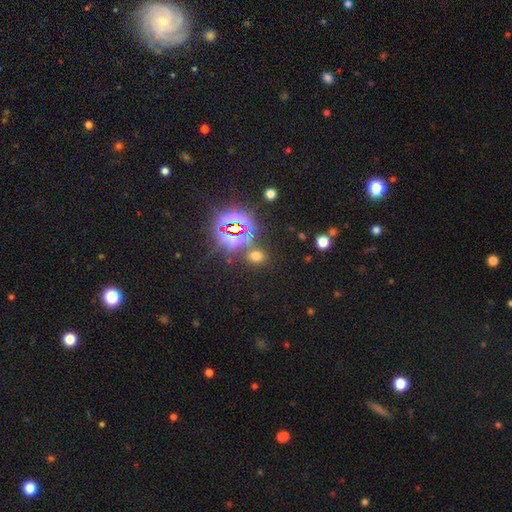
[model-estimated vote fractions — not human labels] smooth 54%, star or artifact 40%, featured or disk 6%. Down the decision tree: how rounded — round (50%); merging — none (80%).